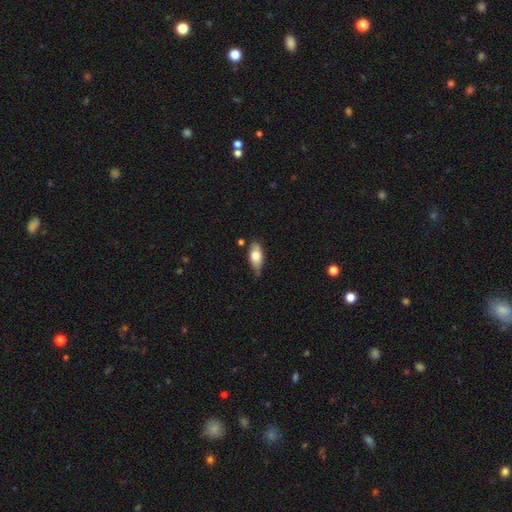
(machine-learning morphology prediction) Smooth or featured?
  - smooth: 71% *
  - featured or disk: 23%
  - star or artifact: 6%
How rounded?
  - in between: 87% *
  - cigar-shaped: 10%
  - round: 3%
Merging?
  - none: 61% *
  - minor disturbance: 30%
  - major disturbance: 5%
  - merger: 4%